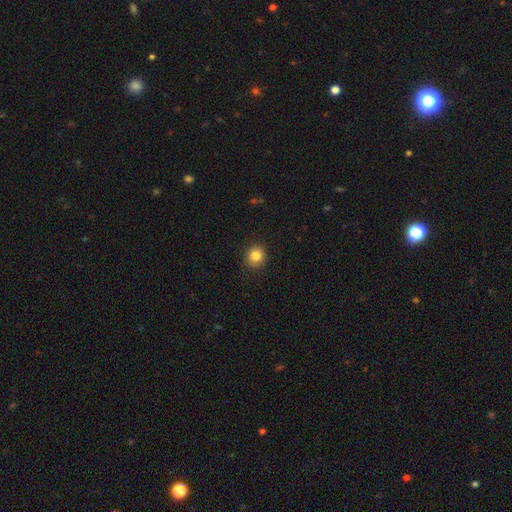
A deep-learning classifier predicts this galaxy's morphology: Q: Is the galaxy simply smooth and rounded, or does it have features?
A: smooth — 85%.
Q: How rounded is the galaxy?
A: round — 86%.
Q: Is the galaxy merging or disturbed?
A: none — 89%.